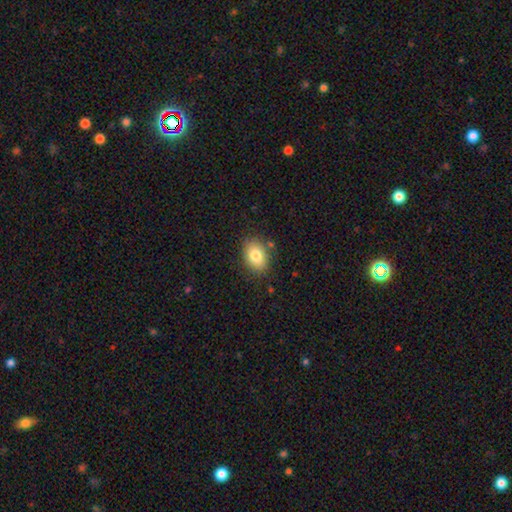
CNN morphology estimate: smooth 82%, featured or disk 10%, star or artifact 9%. Down the decision tree: how rounded — in between (77%); merging — none (83%).